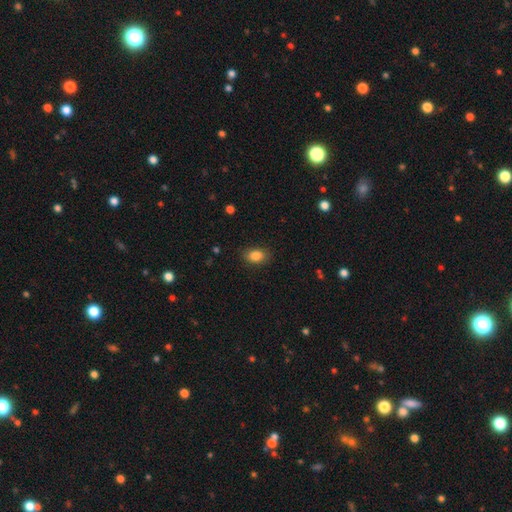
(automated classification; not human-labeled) smooth-or-featured: smooth: 85% | star or artifact: 9% | featured or disk: 6%
  how-rounded: in between: 82% | round: 17% | cigar-shaped: 2%
  merging: none: 85% | minor disturbance: 11% | major disturbance: 3% | merger: 1%